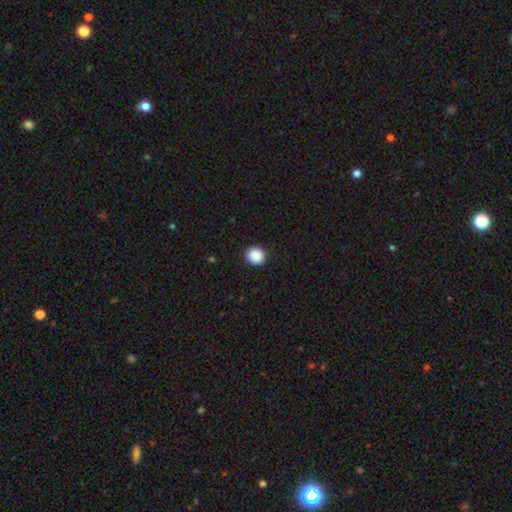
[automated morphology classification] Smooth or featured? Predicted: smooth (p=0.89). How rounded? Predicted: round (p=0.88). Merging? Predicted: none (p=0.91).